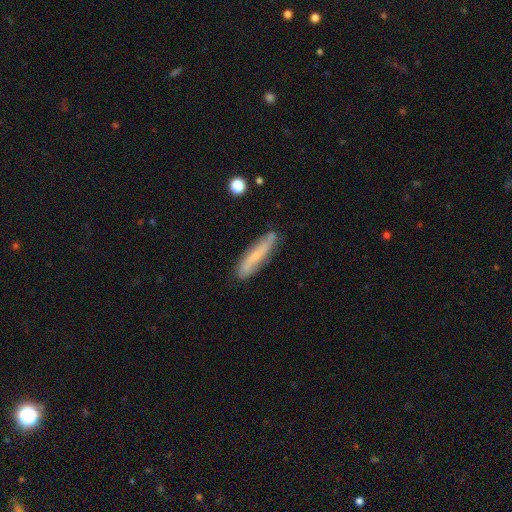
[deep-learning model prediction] Smooth or featured: smooth — 48% (featured or disk — 44%)
Merging: none — 81% (minor disturbance — 14%)